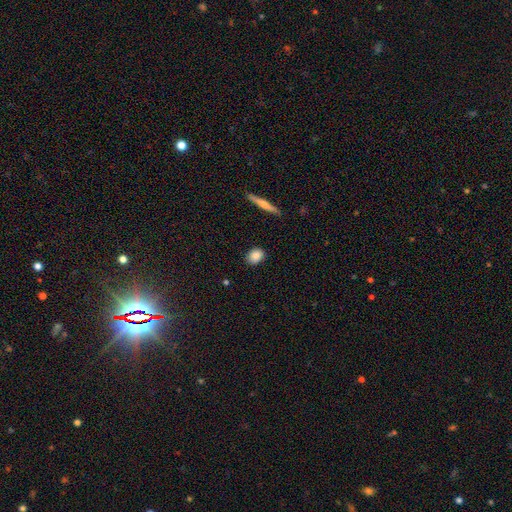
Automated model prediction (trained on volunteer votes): smooth_or_featured: smooth (p=0.85) [alt: star or artifact p=0.08]
how_rounded: in between (p=0.53) [alt: round p=0.43]
merging: none (p=0.87) [alt: minor disturbance p=0.10]